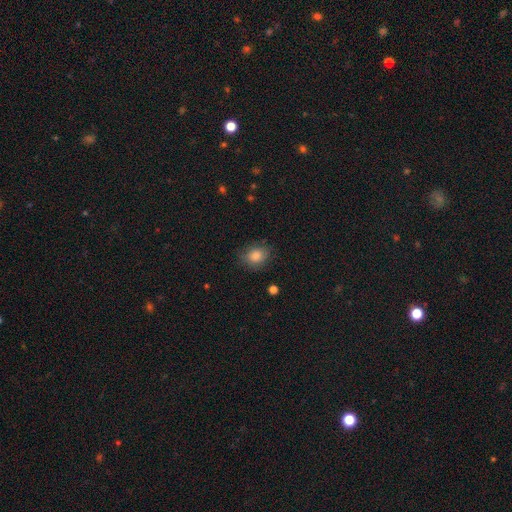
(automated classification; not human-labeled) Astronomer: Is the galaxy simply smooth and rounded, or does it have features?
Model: smooth — 83%.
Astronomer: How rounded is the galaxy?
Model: round — 51% (runner-up: in between, 48%).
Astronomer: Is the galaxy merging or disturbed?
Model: none — 82%.